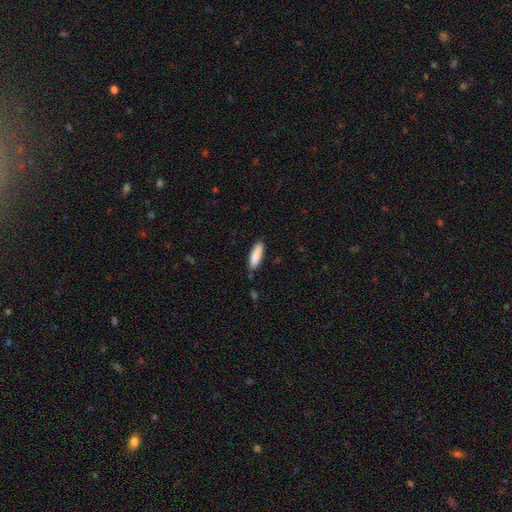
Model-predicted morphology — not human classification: smooth 87%, featured or disk 7%, star or artifact 6%. Down the decision tree: how rounded — cigar-shaped (55%); merging — none (81%).